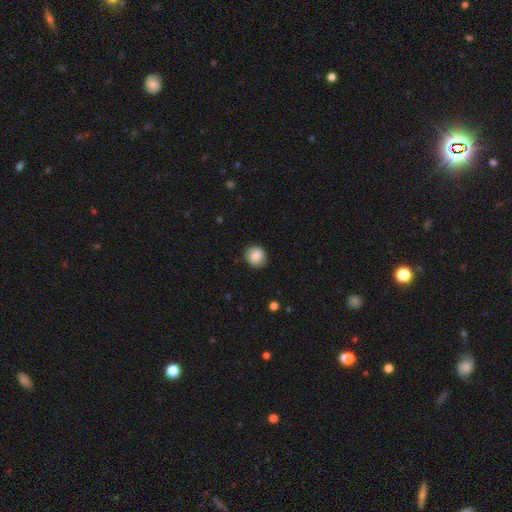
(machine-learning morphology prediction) Overall: smooth (87%). How rounded: round (86%). Merging: none (86%).